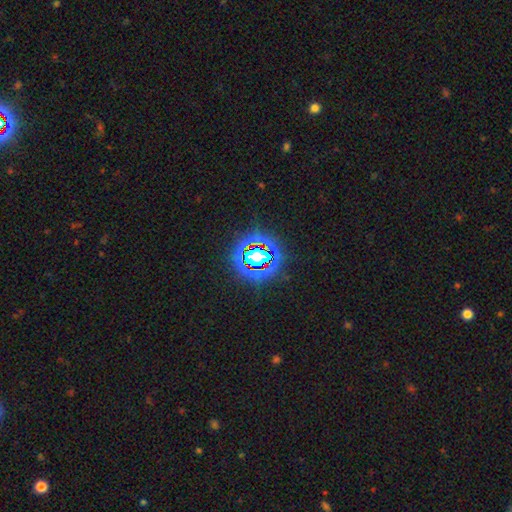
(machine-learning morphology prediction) A star or artifact, not a galaxy (70%).

Vote fractions:
- Smooth or featured? star or artifact: 70% / smooth: 18% / featured or disk: 12%